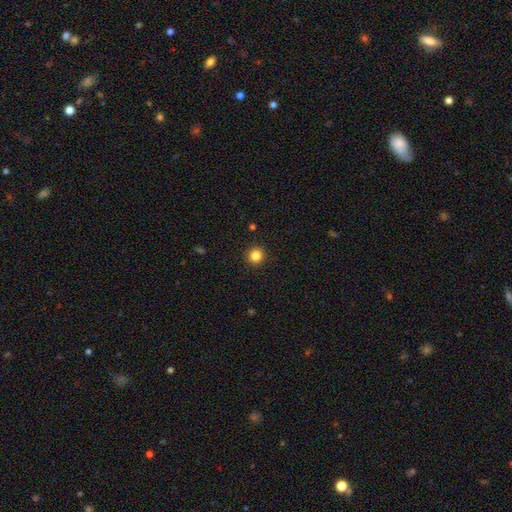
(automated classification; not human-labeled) Smooth or featured?
  - smooth: 84% *
  - star or artifact: 12%
  - featured or disk: 4%
How rounded?
  - round: 95% *
  - in between: 4%
  - cigar-shaped: 1%
Merging?
  - none: 93% *
  - minor disturbance: 4%
  - major disturbance: 2%
  - merger: 1%